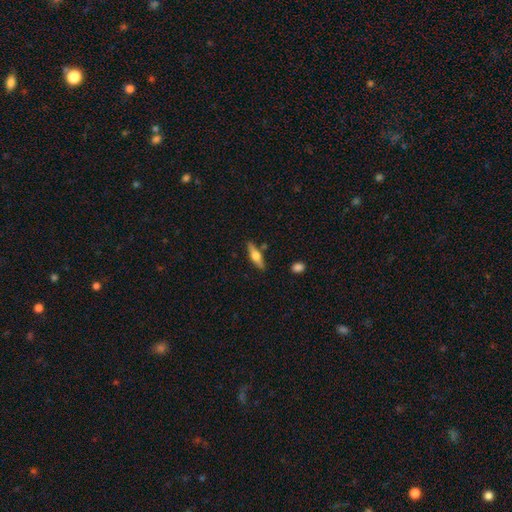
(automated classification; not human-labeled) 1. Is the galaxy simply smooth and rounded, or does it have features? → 49% smooth, 45% featured or disk, 6% star or artifact.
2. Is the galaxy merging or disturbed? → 82% none, 11% minor disturbance, 5% merger, 3% major disturbance.